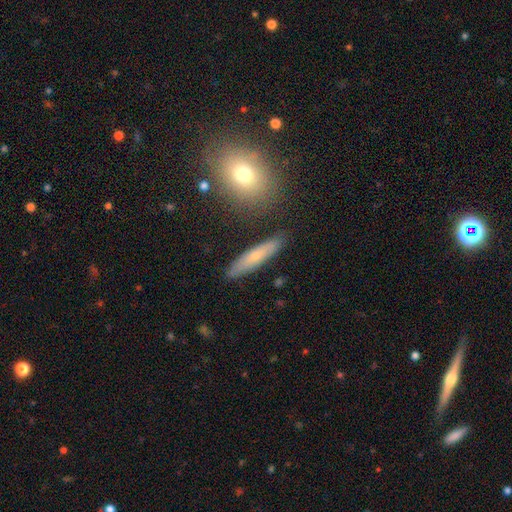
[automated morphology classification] This appears to be a smooth galaxy with no disk features (62%) that is cigar-shaped (81%). Merging: none (85%).